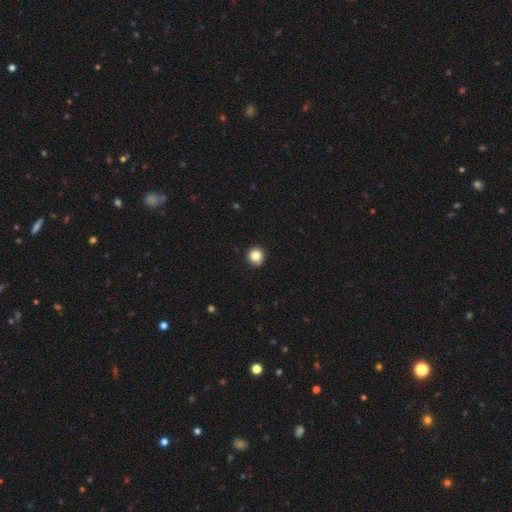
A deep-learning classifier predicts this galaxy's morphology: This appears to be a smooth galaxy with no disk features (85%) that is round (92%). Merging: none (88%).